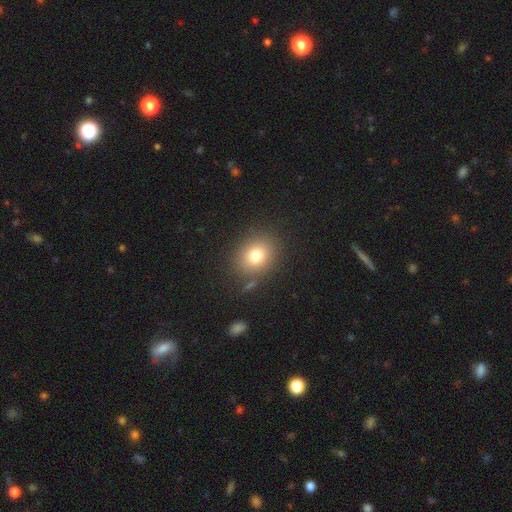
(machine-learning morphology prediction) Smooth or featured? Predicted: smooth (p=0.77). How rounded? Predicted: round (p=0.65). Merging? Predicted: none (p=0.82).